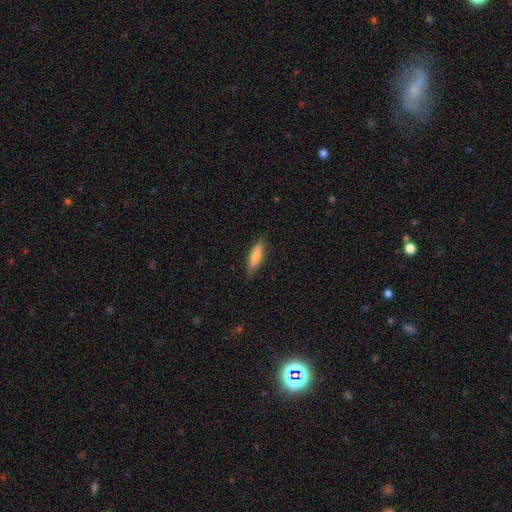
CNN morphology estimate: Overall: smooth (73%). How rounded: cigar-shaped (72%). Merging: none (86%).